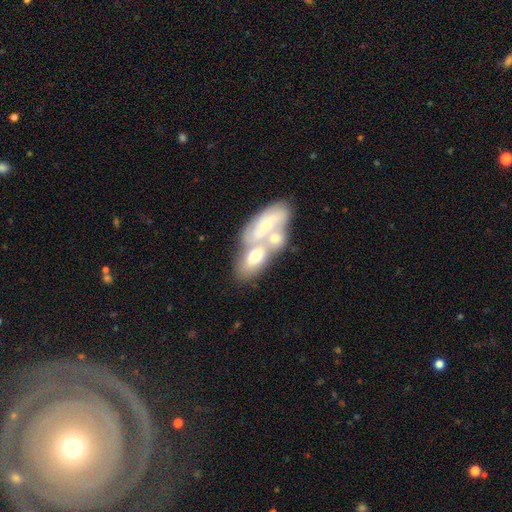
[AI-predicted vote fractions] A featured or disk galaxy (49%).

Vote fractions:
- Smooth or featured? featured or disk: 49% / smooth: 43% / star or artifact: 8%
- Merging? merger: 67% / none: 19% / minor disturbance: 9% / major disturbance: 5%